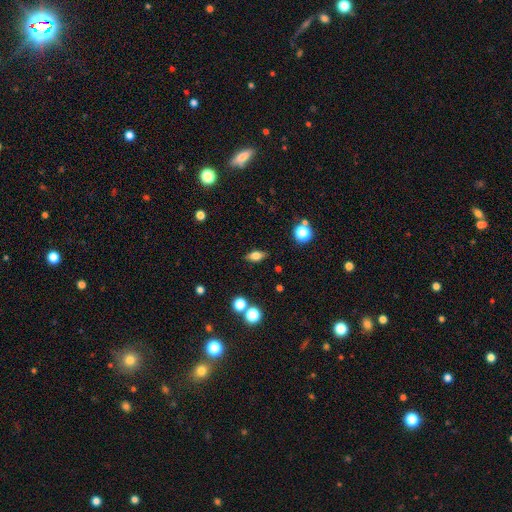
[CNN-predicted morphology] This appears to be a smooth galaxy with no disk features (67%) that is in between round and cigar-shaped (77%). Merging: none (85%).